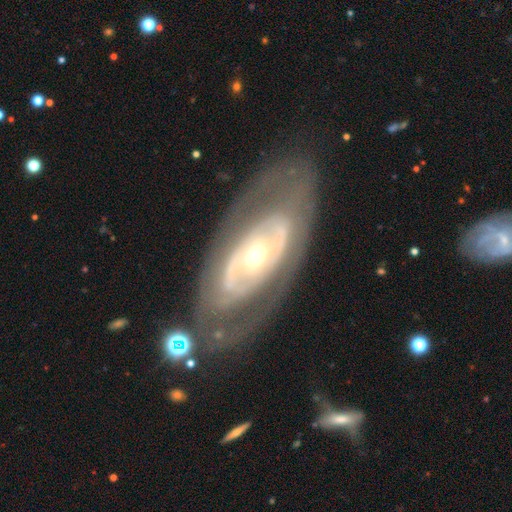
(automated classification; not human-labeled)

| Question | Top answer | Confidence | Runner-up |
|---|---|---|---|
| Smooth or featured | featured or disk | 78% | smooth (17%) |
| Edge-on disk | no | 90% | yes (10%) |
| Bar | no | 75% | weak (16%) |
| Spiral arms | no | 53% | yes (47%) |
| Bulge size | moderate | 48% | small (46%) |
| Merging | none | 77% | minor disturbance (13%) |